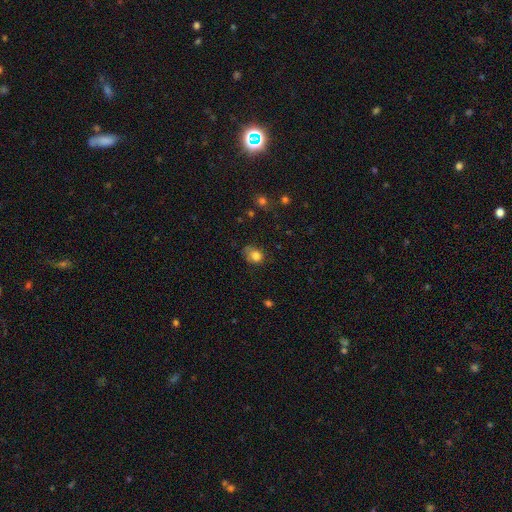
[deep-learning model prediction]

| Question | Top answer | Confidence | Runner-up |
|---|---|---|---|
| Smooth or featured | smooth | 80% | star or artifact (12%) |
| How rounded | round | 58% | in between (41%) |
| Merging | none | 51% | minor disturbance (33%) |